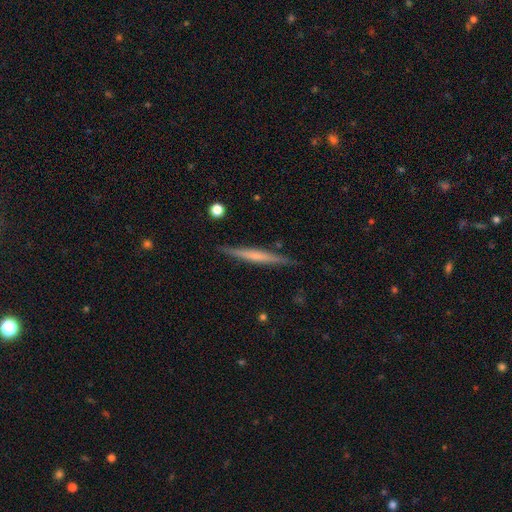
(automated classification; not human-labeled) Overall: featured or disk (54%; smooth 40%). Edge-on disk: yes (97%). Edge-on bulge: none (63%; rounded 27%). Merging: none (89%).